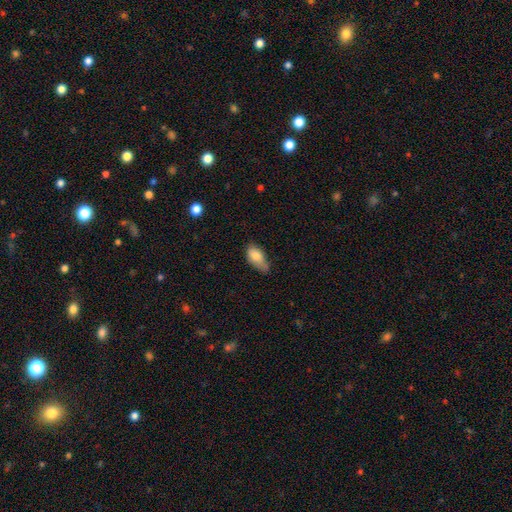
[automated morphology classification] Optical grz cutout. It shows a smooth galaxy with no disk features (80%) that is in between round and cigar-shaped (89%). Merging: minor disturbance (45%).